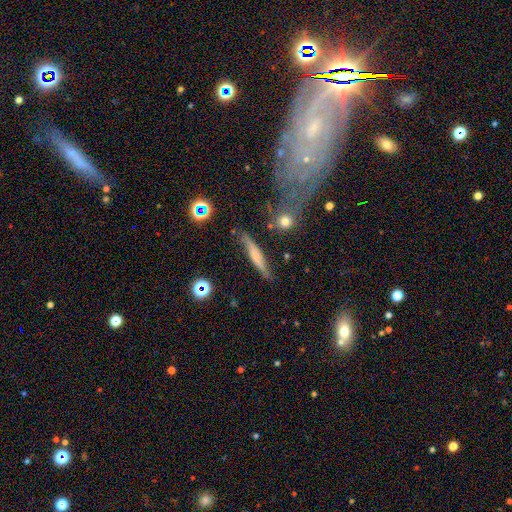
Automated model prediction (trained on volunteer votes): Morphology: type=smooth (48%); merging=none (73%).